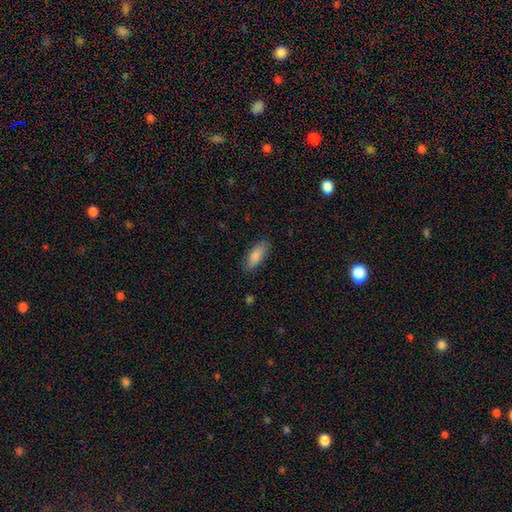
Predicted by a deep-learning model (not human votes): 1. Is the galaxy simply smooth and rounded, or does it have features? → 86% smooth, 8% featured or disk, 6% star or artifact.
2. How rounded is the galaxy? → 81% in between, 17% cigar-shaped, 2% round.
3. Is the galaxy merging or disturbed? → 82% none, 14% minor disturbance, 3% major disturbance, 1% merger.